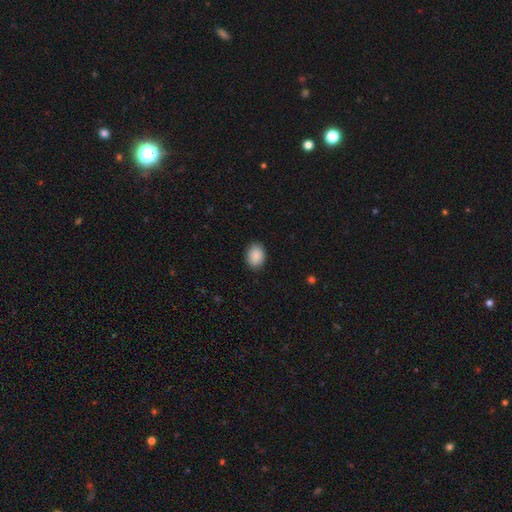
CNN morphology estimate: type=smooth (89%); roundness=in between (66%); merging=none (88%).